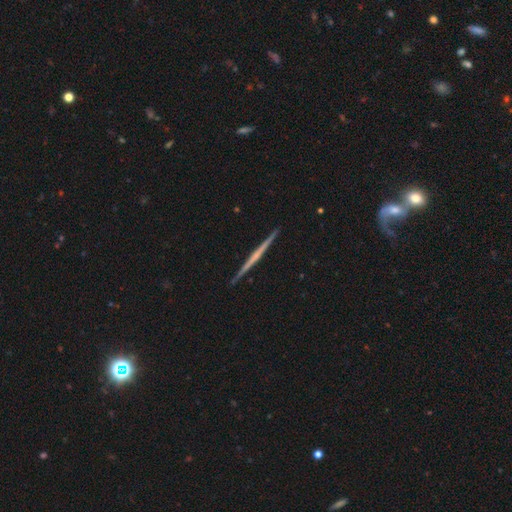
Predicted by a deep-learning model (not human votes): Overall: featured or disk (71%). Edge-on disk: yes (98%). Edge-on bulge: none (73%). Merging: none (93%).